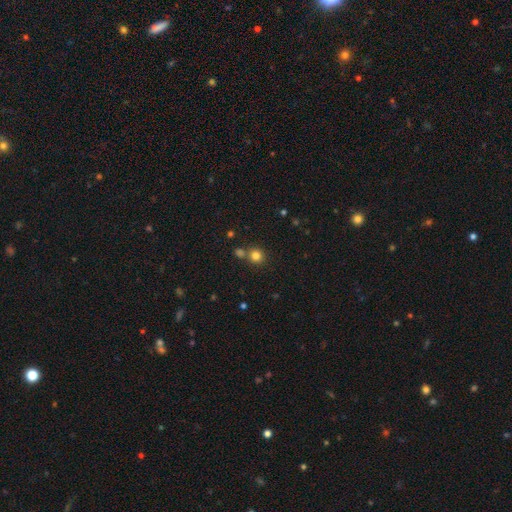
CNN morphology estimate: smooth-or-featured: smooth: 80% | star or artifact: 14% | featured or disk: 6%
  how-rounded: round: 90% | in between: 9% | cigar-shaped: 1%
  merging: none: 69% | merger: 21% | minor disturbance: 8% | major disturbance: 3%